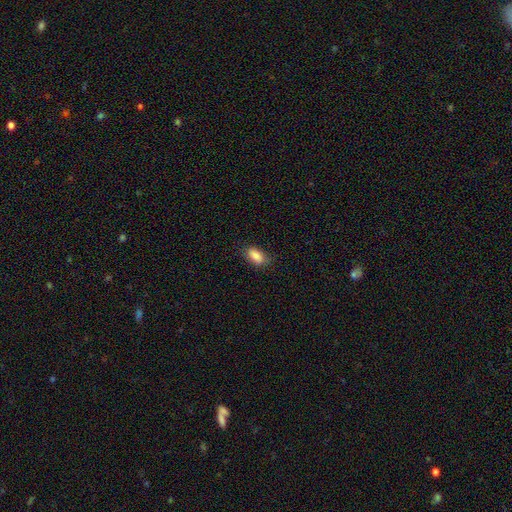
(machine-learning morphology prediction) Q: Smooth or featured?
A: smooth (86%); runner-up: star or artifact (8%)
Q: How rounded?
A: in between (90%); runner-up: round (5%)
Q: Merging?
A: none (78%); runner-up: minor disturbance (17%)